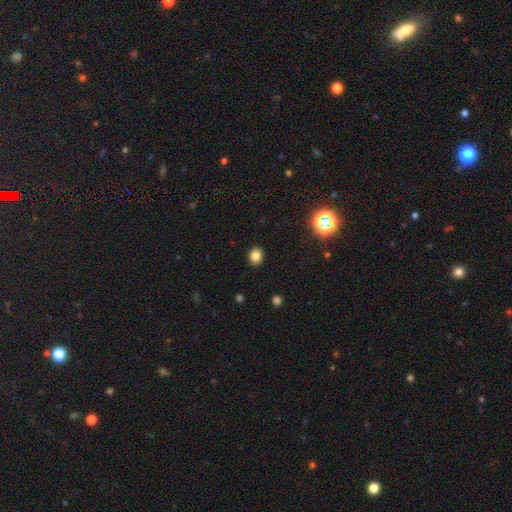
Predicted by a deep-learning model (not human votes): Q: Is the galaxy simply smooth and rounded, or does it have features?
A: smooth — 82%.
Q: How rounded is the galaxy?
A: round — 54%.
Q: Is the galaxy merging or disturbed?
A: none — 90%.